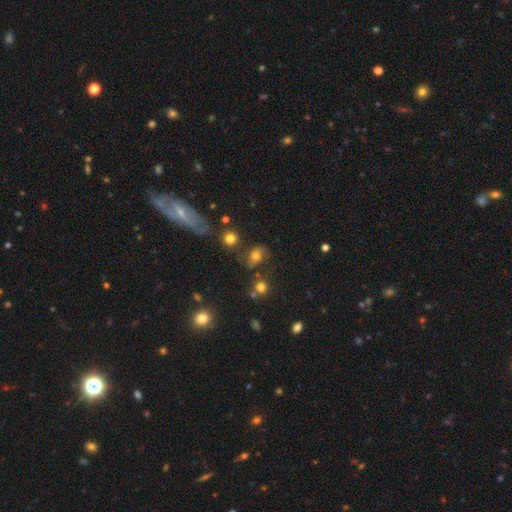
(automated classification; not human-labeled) smooth_or_featured: smooth (p=0.67) [alt: featured or disk p=0.19]
how_rounded: in between (p=0.57) [alt: round p=0.41]
merging: none (p=0.57) [alt: minor disturbance p=0.21]